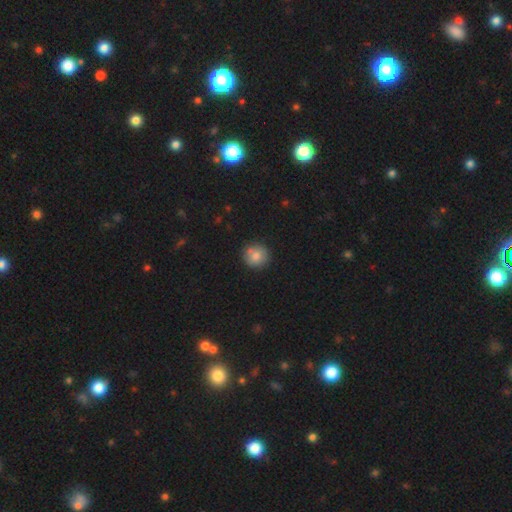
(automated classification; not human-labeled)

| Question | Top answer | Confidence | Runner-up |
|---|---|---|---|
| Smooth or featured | smooth | 79% | featured or disk (11%) |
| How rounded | round | 92% | in between (7%) |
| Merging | none | 78% | minor disturbance (11%) |